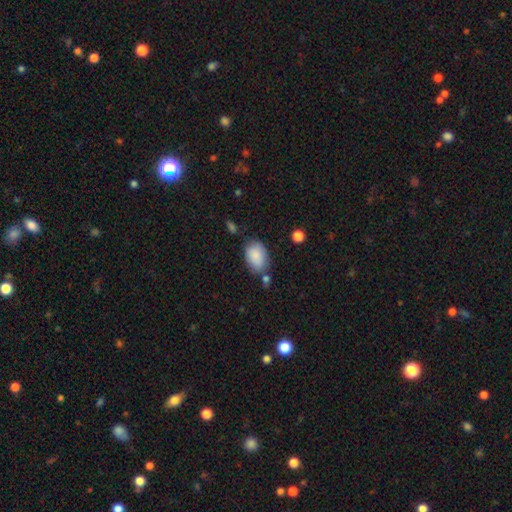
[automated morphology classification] This is clearly a smooth galaxy (88%). How rounded: clearly in between (88%). Merging: likely none (67%).